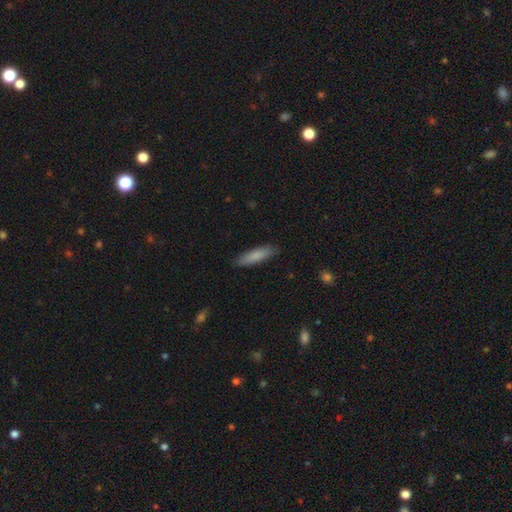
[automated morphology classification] Smooth or featured? smooth (84%)
How rounded? cigar-shaped (73%)
Merging? none (88%)